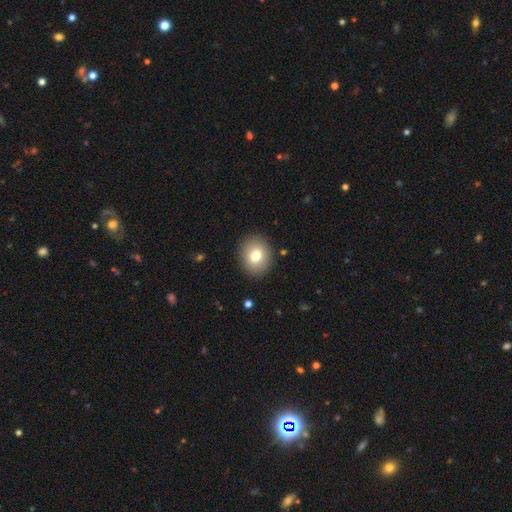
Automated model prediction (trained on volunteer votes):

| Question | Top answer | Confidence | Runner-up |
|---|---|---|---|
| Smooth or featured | smooth | 77% | featured or disk (14%) |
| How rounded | round | 69% | in between (30%) |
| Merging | none | 89% | minor disturbance (7%) |